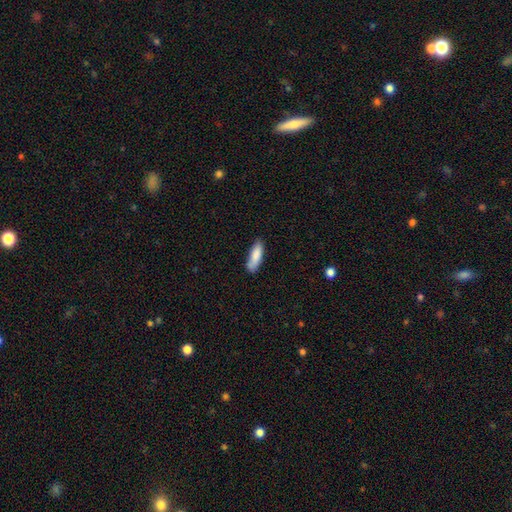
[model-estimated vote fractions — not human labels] Q: Smooth or featured?
A: smooth (83%); runner-up: featured or disk (10%)
Q: How rounded?
A: in between (50%); runner-up: cigar-shaped (49%)
Q: Merging?
A: none (70%); runner-up: minor disturbance (21%)